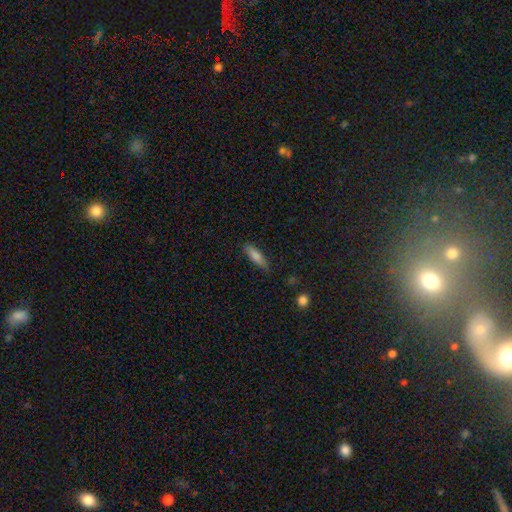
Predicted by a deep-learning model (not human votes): A smooth galaxy with no disk features (81%) that is cigar-shaped (61%). Merging: none (80%).